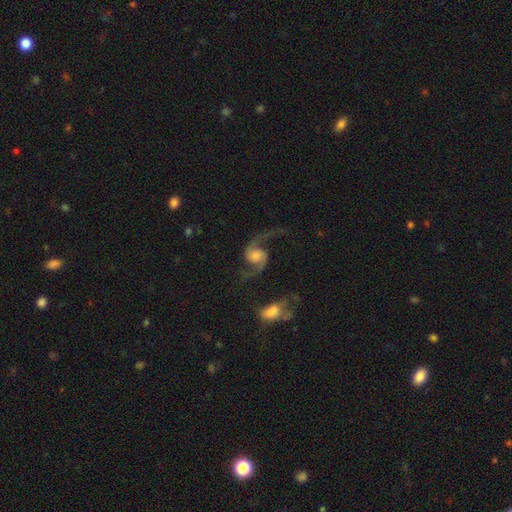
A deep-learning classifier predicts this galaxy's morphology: Smooth or featured? featured or disk (90%)
Edge-on disk? no (98%)
Bar? no (64%)
Spiral arms? yes (98%)
Spiral winding? loose (68%)
Spiral arm count? 2 (94%)
Bulge size? moderate (30%)
Merging? none (65%)